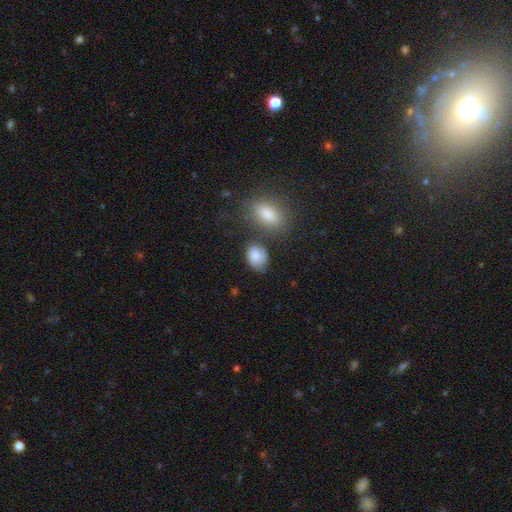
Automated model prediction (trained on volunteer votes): This appears to be a smooth galaxy with no disk features (80%) that is in between round and cigar-shaped (74%). Merging: none (52%).